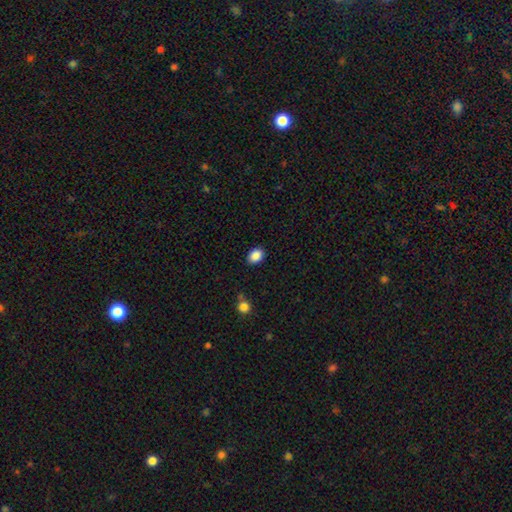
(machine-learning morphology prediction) A smooth galaxy with no disk features (88%) that is in between round and cigar-shaped (64%). Merging: none (87%).